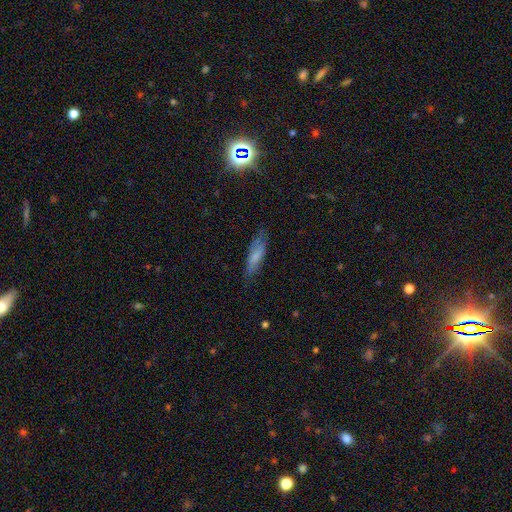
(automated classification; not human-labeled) Smooth or featured: smooth — 67% (featured or disk — 25%)
How rounded: cigar-shaped — 59% (in between — 39%)
Merging: none — 72% (minor disturbance — 21%)